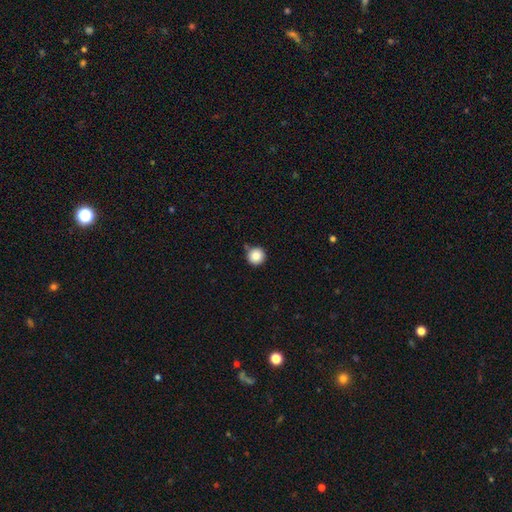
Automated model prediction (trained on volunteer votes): A smooth galaxy with no disk features (86%) that is round (96%).

Vote fractions:
- Smooth or featured? smooth: 86% / star or artifact: 10% / featured or disk: 5%
- How rounded? round: 96% / in between: 4% / cigar-shaped: 1%
- Merging? none: 78% / minor disturbance: 14% / merger: 5% / major disturbance: 3%